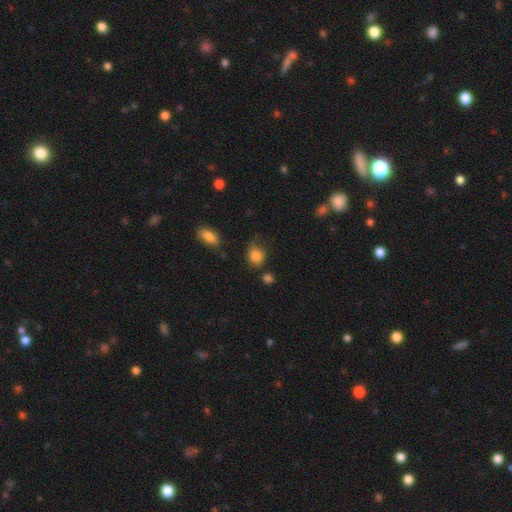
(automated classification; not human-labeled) A smooth galaxy with no disk features (84%) that is round (58%).

Vote fractions:
- Smooth or featured? smooth: 84% / star or artifact: 10% / featured or disk: 7%
- How rounded? round: 58% / in between: 41% / cigar-shaped: 1%
- Merging? none: 52% / minor disturbance: 31% / major disturbance: 12% / merger: 5%